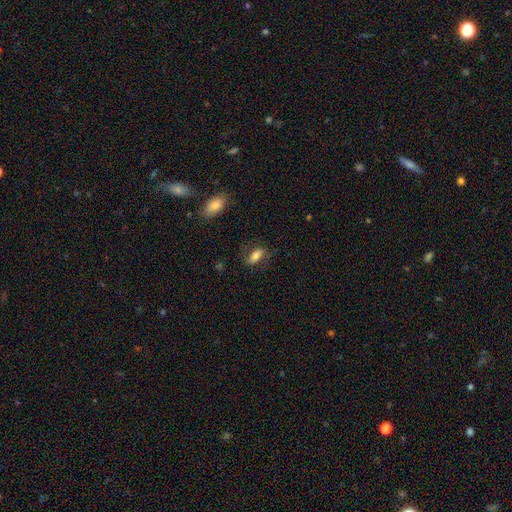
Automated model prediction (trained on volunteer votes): smooth-or-featured: smooth: 64% | featured or disk: 28% | star or artifact: 8%
  how-rounded: in between: 83% | cigar-shaped: 11% | round: 6%
  merging: none: 69% | minor disturbance: 19% | major disturbance: 11% | merger: 2%